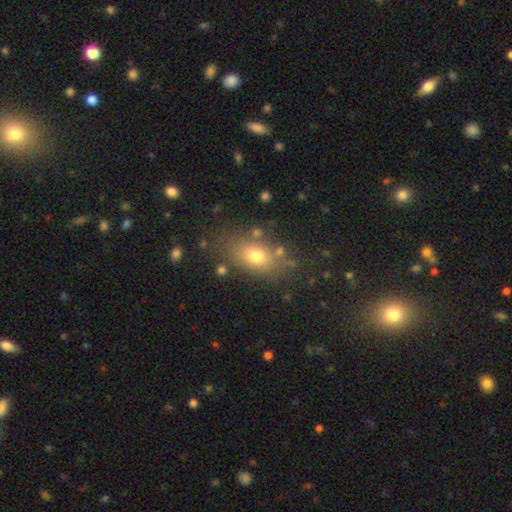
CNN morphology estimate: smooth-or-featured: smooth: 72% | featured or disk: 15% | star or artifact: 13%
  how-rounded: in between: 78% | round: 17% | cigar-shaped: 5%
  merging: none: 77% | minor disturbance: 13% | merger: 5% | major disturbance: 5%